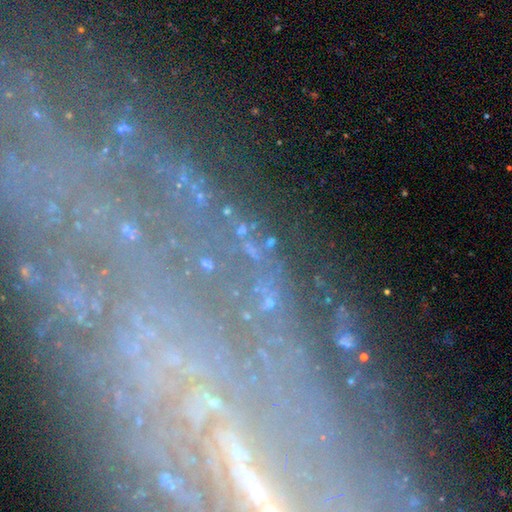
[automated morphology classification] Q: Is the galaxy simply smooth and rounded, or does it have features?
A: featured or disk — 47%.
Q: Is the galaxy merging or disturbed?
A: none — 69%.